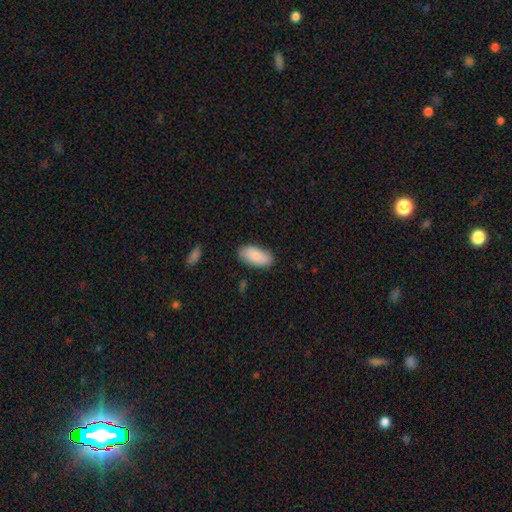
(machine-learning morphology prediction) Smooth or featured?
  - smooth: 85% *
  - featured or disk: 9%
  - star or artifact: 6%
How rounded?
  - in between: 92% *
  - cigar-shaped: 6%
  - round: 2%
Merging?
  - none: 80% *
  - minor disturbance: 16%
  - major disturbance: 3%
  - merger: 2%